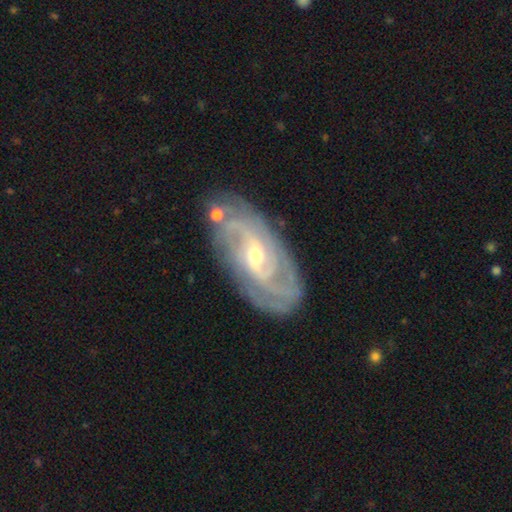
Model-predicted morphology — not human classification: type=featured or disk (89%); edge-on=no (94%); bar=weak (46%); spiral arms=yes (97%); winding=tight (65%); arm count=2 (30%); bulge=small (50%); merging=none (79%).